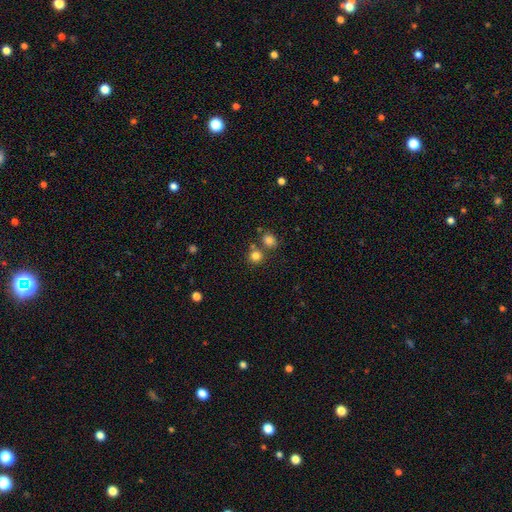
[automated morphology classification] This appears to be a smooth galaxy with no disk features (80%) that is round (88%). Merging: none (67%).